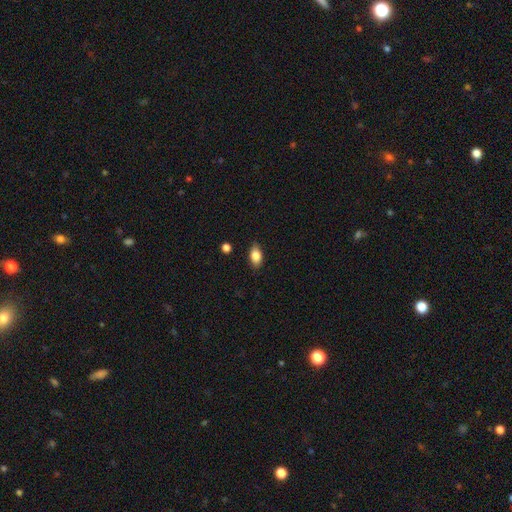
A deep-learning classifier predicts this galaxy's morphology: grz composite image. It shows a smooth galaxy with no disk features (81%) that is in between round and cigar-shaped (87%). Merging: none (84%).